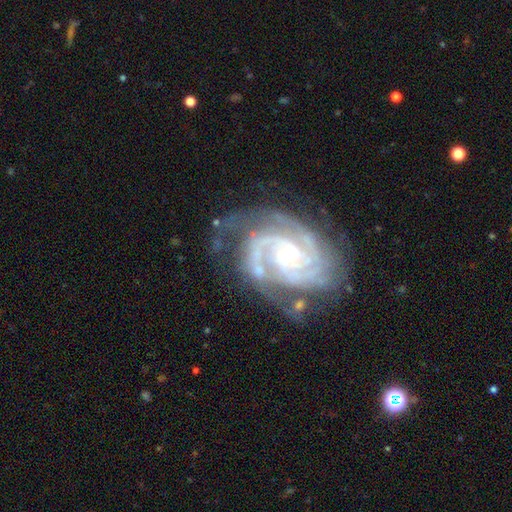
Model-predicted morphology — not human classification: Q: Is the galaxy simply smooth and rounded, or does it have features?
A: featured or disk — 92%.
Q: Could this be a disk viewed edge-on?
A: no — 98%.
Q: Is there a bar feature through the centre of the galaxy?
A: no — 57%.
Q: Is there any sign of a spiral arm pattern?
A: yes — 98%.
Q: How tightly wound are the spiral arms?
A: tight — 61%.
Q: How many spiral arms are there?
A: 3 — 33%.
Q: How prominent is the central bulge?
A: small — 66%.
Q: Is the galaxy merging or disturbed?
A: none — 58%.